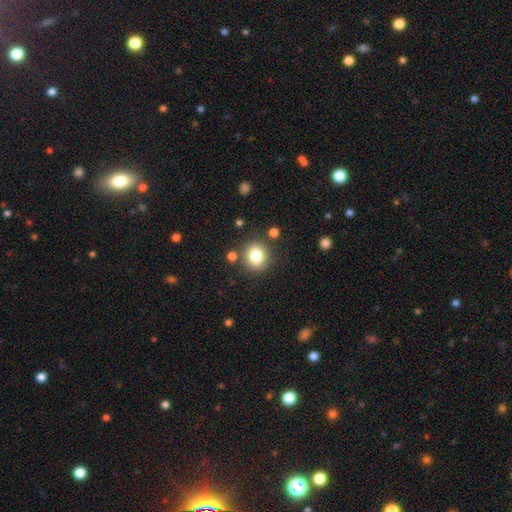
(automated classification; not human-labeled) Smooth or featured? smooth (80%)
How rounded? round (77%)
Merging? none (81%)